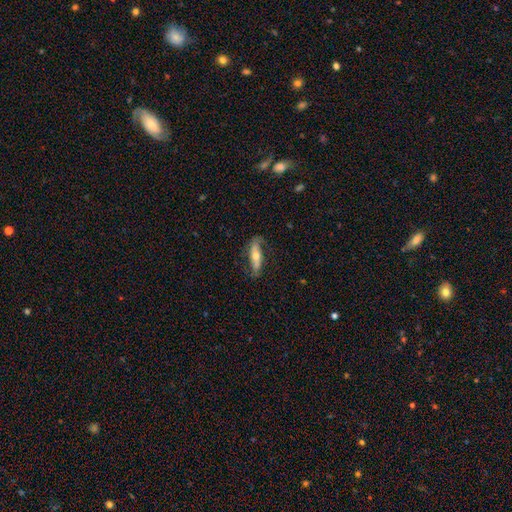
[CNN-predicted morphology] Smooth or featured? featured or disk (60%)
Edge-on disk? no (68%)
Merging? none (69%)